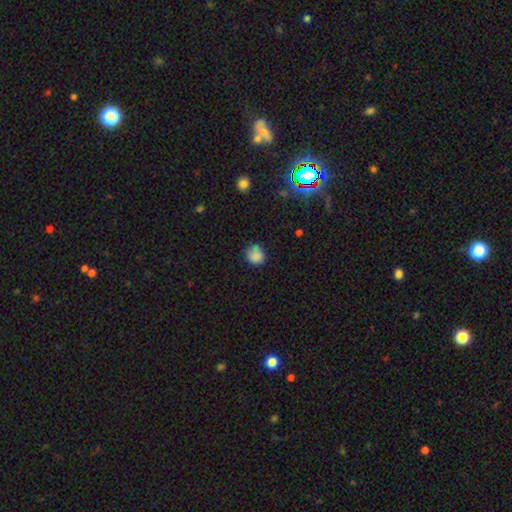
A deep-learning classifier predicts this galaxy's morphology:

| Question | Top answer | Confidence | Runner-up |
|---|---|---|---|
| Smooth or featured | smooth | 83% | star or artifact (10%) |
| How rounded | round | 79% | in between (20%) |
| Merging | none | 64% | minor disturbance (27%) |